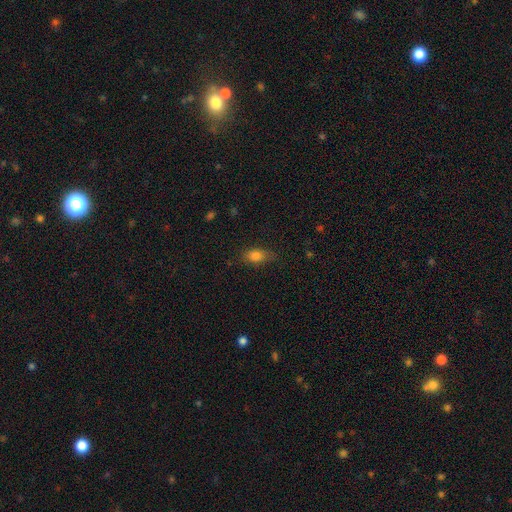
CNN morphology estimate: smooth-or-featured: smooth: 81% | star or artifact: 10% | featured or disk: 9%
  how-rounded: in between: 82% | round: 11% | cigar-shaped: 7%
  merging: none: 73% | minor disturbance: 20% | major disturbance: 5% | merger: 1%